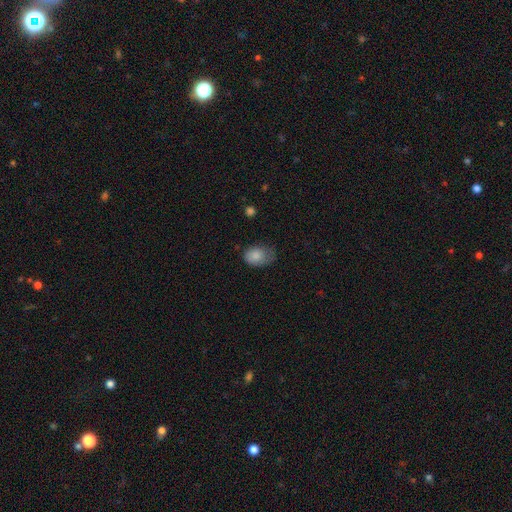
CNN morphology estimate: Overall: smooth (83%). How rounded: in between (77%). Merging: none (42%; minor disturbance 39%).